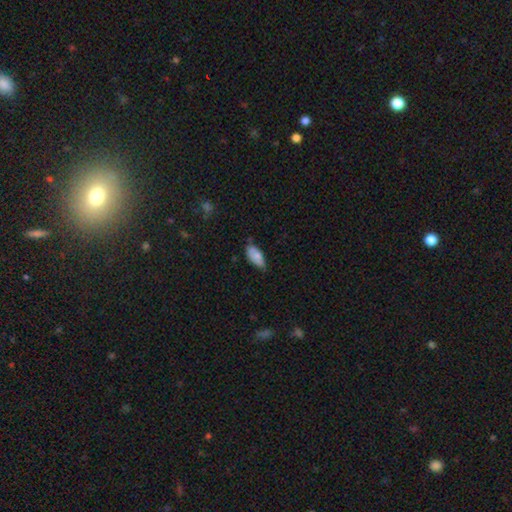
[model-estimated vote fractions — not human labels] A smooth galaxy with no disk features (77%) that is in between round and cigar-shaped (90%).

Vote fractions:
- Smooth or featured? smooth: 77% / featured or disk: 16% / star or artifact: 7%
- How rounded? in between: 90% / cigar-shaped: 8% / round: 2%
- Merging? none: 54% / minor disturbance: 37% / major disturbance: 7% / merger: 3%